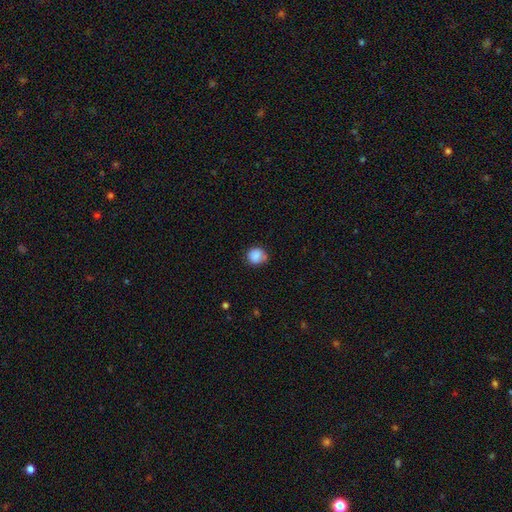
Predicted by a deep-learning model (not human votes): Morphology: type=smooth (85%); roundness=round (80%); merging=none (65%).